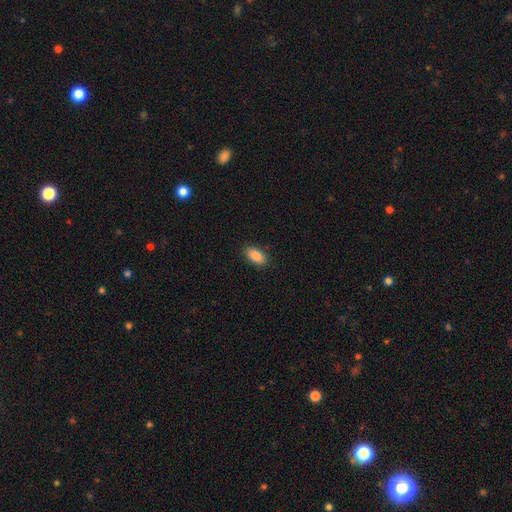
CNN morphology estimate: Overall: smooth (89%). How rounded: in between (93%). Merging: none (89%).